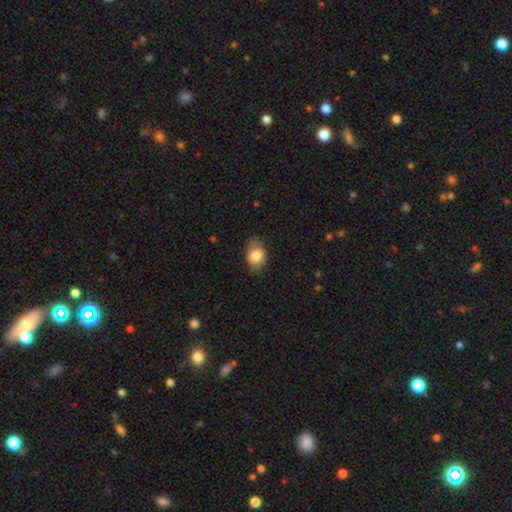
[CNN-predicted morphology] smooth 80%, featured or disk 12%, star or artifact 7%. Down the decision tree: how rounded — in between (77%); merging — none (73%).